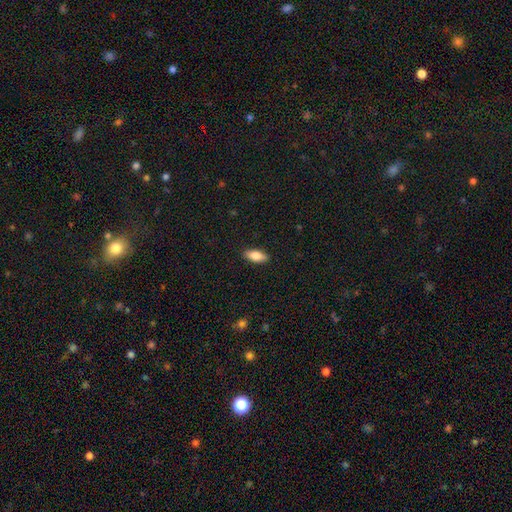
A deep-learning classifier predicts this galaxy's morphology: smooth 79%, featured or disk 14%, star or artifact 6%. Down the decision tree: how rounded — in between (82%); merging — none (89%).